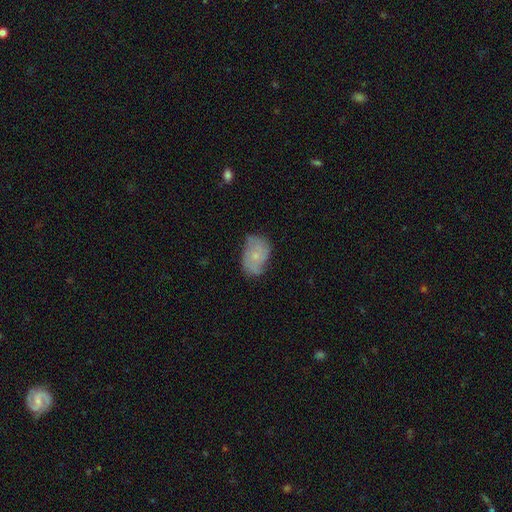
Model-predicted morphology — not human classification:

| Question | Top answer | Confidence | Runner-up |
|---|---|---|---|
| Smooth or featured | smooth | 46% | tied: featured or disk (46%) |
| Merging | none | 59% | minor disturbance (31%) |